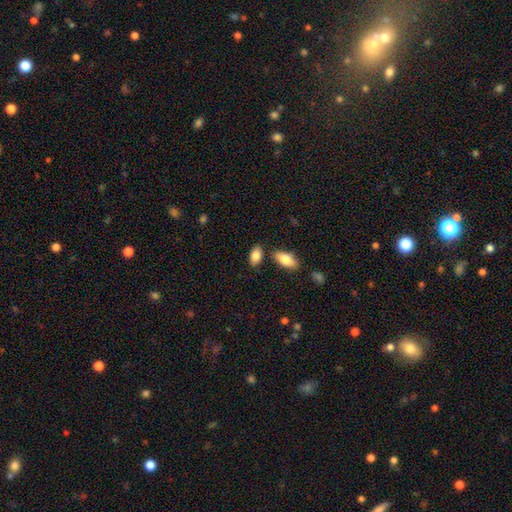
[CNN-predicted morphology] The model was most divided on "merging": none: 76%, minor disturbance: 12%, merger: 9%, major disturbance: 3%. More confident: how rounded — in between (91%); smooth or featured — smooth (84%).